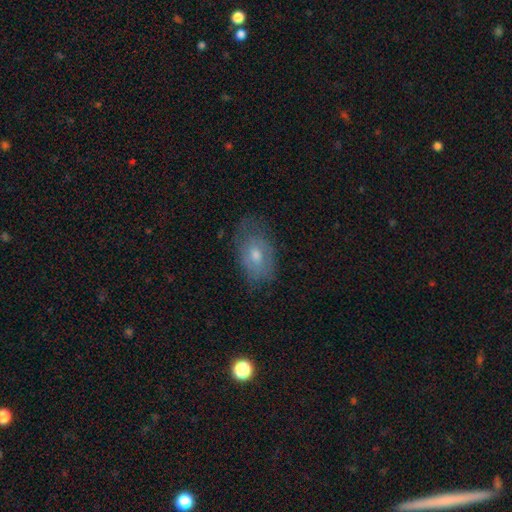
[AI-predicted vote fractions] Smooth or featured: smooth — 49% (featured or disk — 43%)
Merging: none — 61% (minor disturbance — 27%)